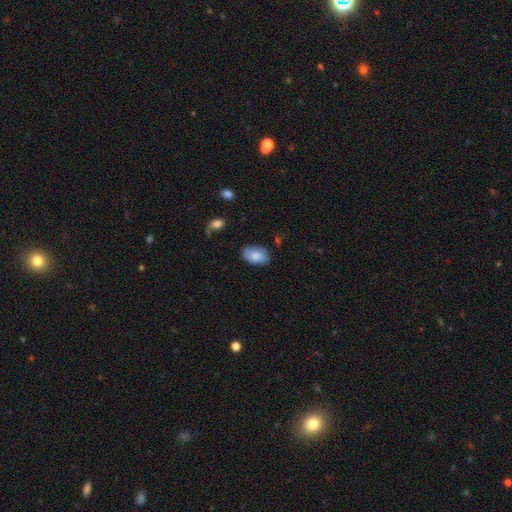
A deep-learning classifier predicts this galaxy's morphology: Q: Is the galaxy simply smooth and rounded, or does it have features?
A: smooth — 83%.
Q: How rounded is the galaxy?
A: in between — 91%.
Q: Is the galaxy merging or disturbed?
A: none — 76%.